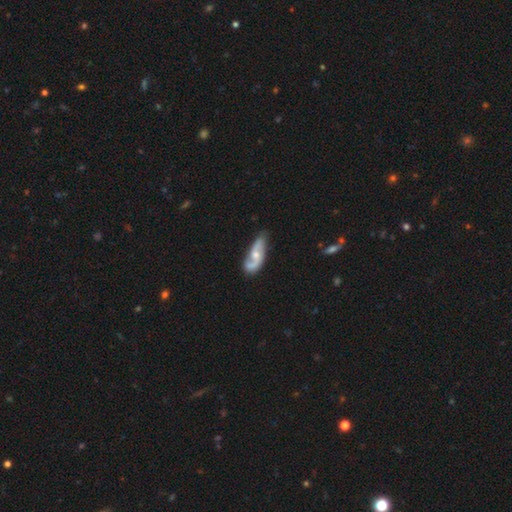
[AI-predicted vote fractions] A featured or disk galaxy (73%) with no bar (60%), 2 (78%) loose (46%) spiral arms (92%) and a moderate central bulge (54%).

Vote fractions:
- Smooth or featured? featured or disk: 73% / smooth: 22% / star or artifact: 5%
- Edge-on disk? no: 93% / yes: 7%
- Bar? no: 60% / weak: 34% / strong: 7%
- Spiral arms? yes: 92% / no: 8%
- Spiral winding? loose: 46% / medium: 39% / tight: 15%
- Spiral arm count? 2: 78% / 1: 12% / can't tell: 7% / 3: 1% / 4: 1% / more than 4: 1%
- Bulge size? moderate: 54% / small: 36% / none: 5% / large: 4% / dominant: 1%
- Merging? none: 58% / minor disturbance: 27% / major disturbance: 11% / merger: 4%